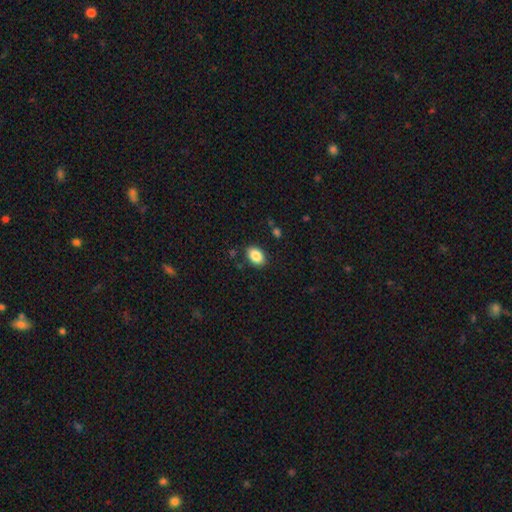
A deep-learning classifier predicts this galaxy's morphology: type=smooth (87%); roundness=in between (86%); merging=none (86%).